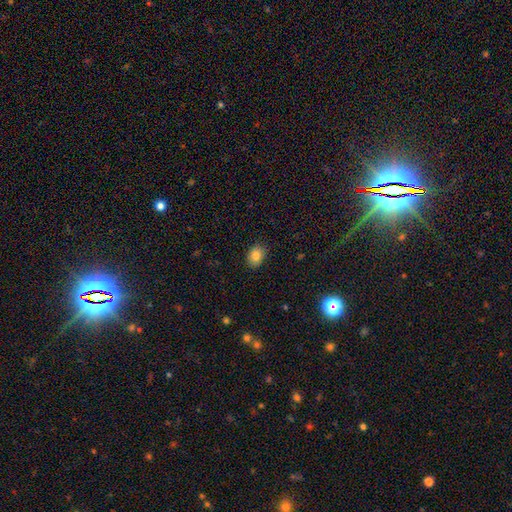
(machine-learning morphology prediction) This appears to be a smooth galaxy with no disk features (83%) that is in between round and cigar-shaped (69%). Merging: none (88%).